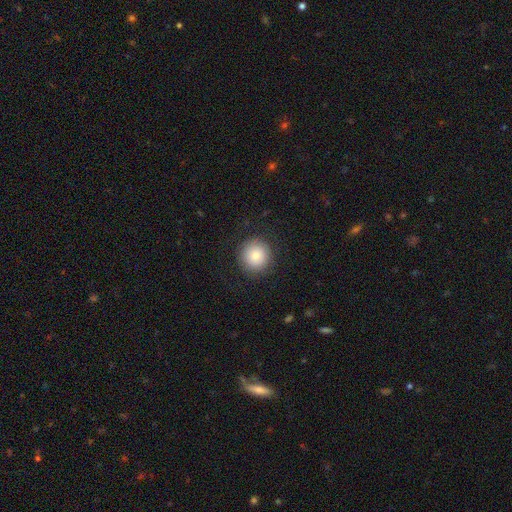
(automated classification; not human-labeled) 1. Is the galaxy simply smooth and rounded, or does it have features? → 82% smooth, 9% star or artifact, 9% featured or disk.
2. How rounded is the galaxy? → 95% round, 4% in between, 1% cigar-shaped.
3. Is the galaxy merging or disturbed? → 88% none, 8% minor disturbance, 3% major disturbance, 1% merger.